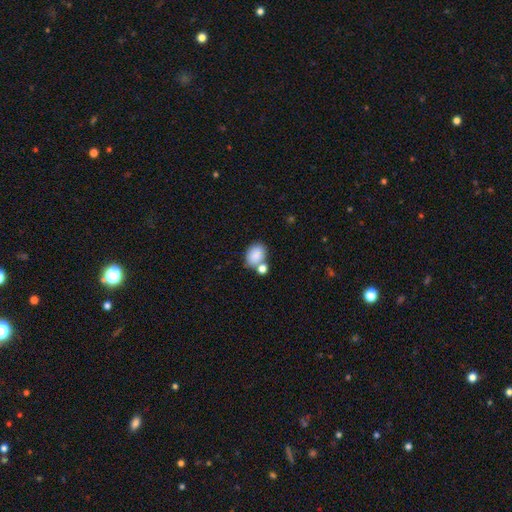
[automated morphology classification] smooth-or-featured: smooth: 84% | star or artifact: 8% | featured or disk: 8%
  how-rounded: in between: 70% | round: 29% | cigar-shaped: 1%
  merging: none: 54% | merger: 28% | minor disturbance: 14% | major disturbance: 5%